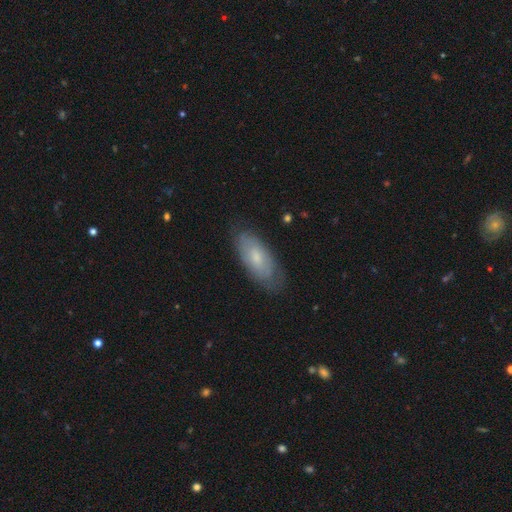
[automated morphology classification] Smooth or featured? Predicted: smooth (p=0.50). How rounded? Predicted: in between (p=0.82). Merging? Predicted: none (p=0.83).